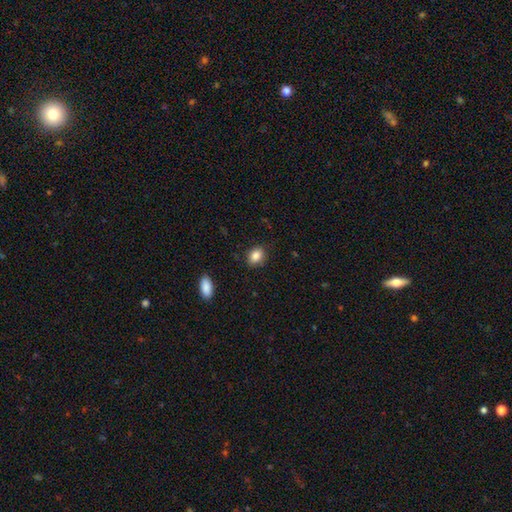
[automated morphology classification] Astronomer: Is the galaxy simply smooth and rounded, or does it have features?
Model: smooth — 85%.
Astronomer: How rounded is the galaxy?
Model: in between — 62% (runner-up: round, 37%).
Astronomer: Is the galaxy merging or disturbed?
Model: none — 86%.